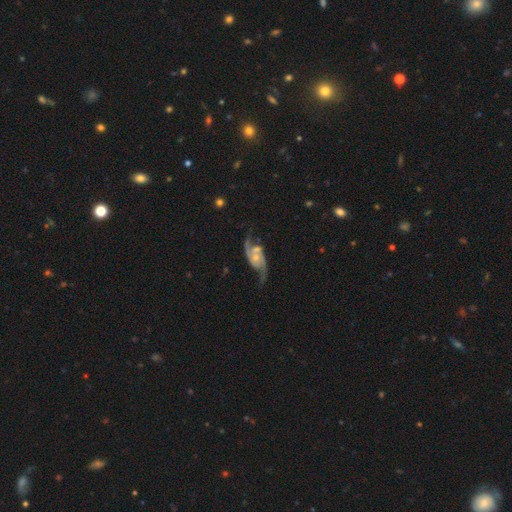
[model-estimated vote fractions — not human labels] A featured or disk galaxy (88%) with no bar (63%), 2 (92%) loose (56%) spiral arms (96%) and a small central bulge (53%).

Vote fractions:
- Smooth or featured? featured or disk: 88% / smooth: 7% / star or artifact: 5%
- Edge-on disk? no: 96% / yes: 4%
- Bar? no: 63% / weak: 29% / strong: 7%
- Spiral arms? yes: 96% / no: 4%
- Spiral winding? loose: 56% / medium: 34% / tight: 10%
- Spiral arm count? 2: 92% / can't tell: 3% / 1: 2% / 3: 1% / 4: 1% / more than 4: 1%
- Bulge size? small: 53% / moderate: 36% / none: 7% / large: 3% / dominant: 1%
- Merging? none: 56% / minor disturbance: 19% / major disturbance: 13% / merger: 13%